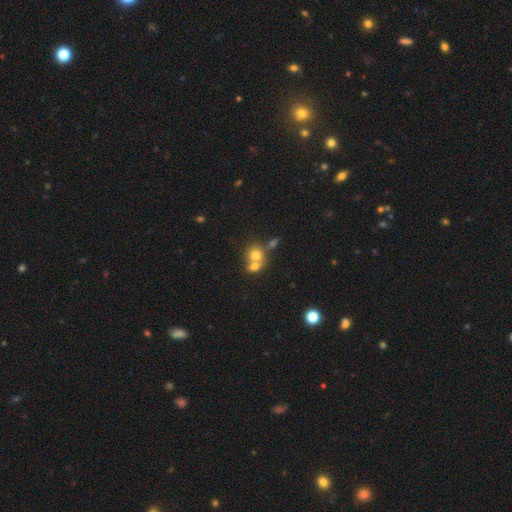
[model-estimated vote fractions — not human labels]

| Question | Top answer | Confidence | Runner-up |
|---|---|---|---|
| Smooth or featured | smooth | 72% | featured or disk (16%) |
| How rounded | round | 76% | in between (23%) |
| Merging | merger | 57% | none (33%) |